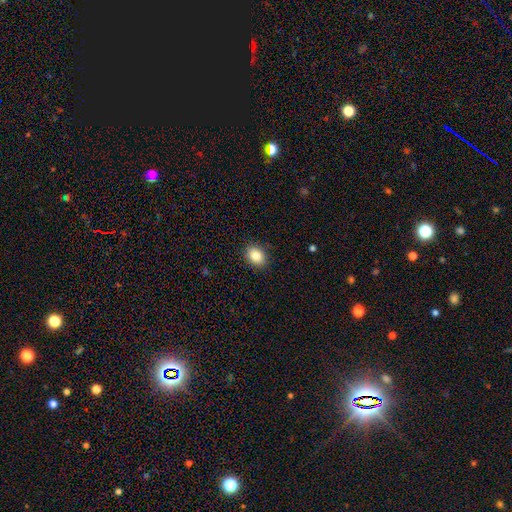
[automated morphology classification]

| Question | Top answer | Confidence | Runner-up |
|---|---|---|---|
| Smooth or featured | smooth | 85% | star or artifact (9%) |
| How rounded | in between | 66% | round (33%) |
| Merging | none | 88% | minor disturbance (9%) |